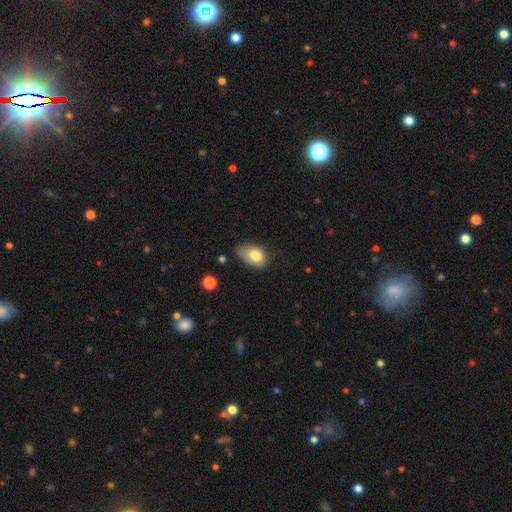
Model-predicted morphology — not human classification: Smooth or featured? Predicted: smooth (p=0.79). How rounded? Predicted: in between (p=0.88). Merging? Predicted: none (p=0.43).